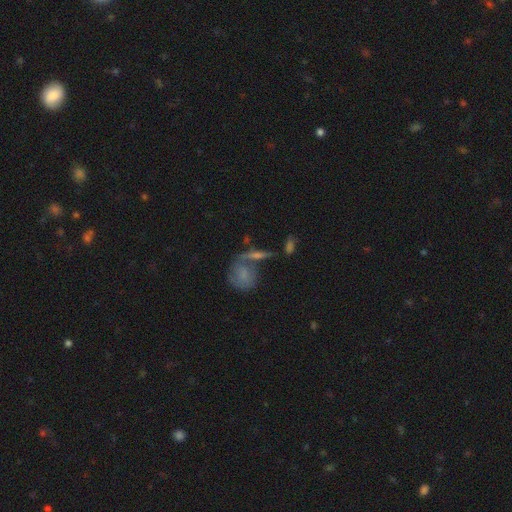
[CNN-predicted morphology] Smooth or featured: featured or disk — 42% (smooth — 41%)
Merging: none — 57% (merger — 25%)